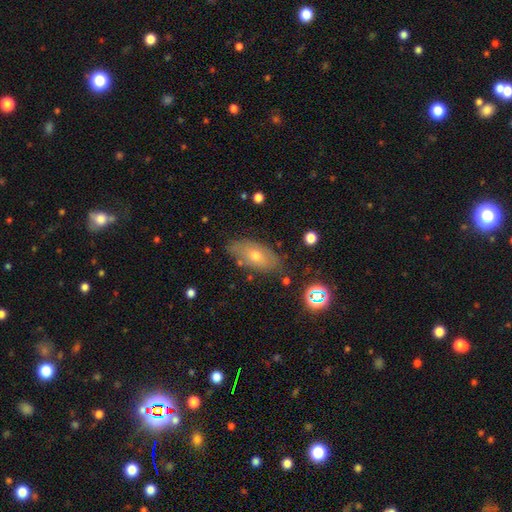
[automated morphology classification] Smooth or featured?
  - smooth: 56% *
  - featured or disk: 32%
  - star or artifact: 11%
How rounded?
  - in between: 86% *
  - cigar-shaped: 8%
  - round: 6%
Merging?
  - none: 77% *
  - minor disturbance: 16%
  - major disturbance: 4%
  - merger: 3%